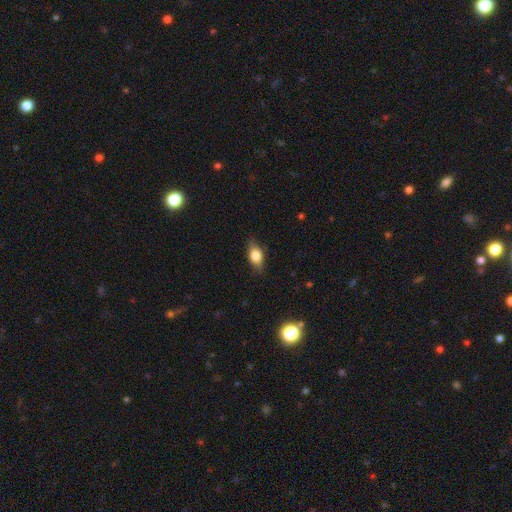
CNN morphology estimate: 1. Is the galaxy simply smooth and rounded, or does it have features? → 74% smooth, 18% featured or disk, 8% star or artifact.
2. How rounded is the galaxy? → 80% in between, 12% round, 8% cigar-shaped.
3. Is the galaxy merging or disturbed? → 81% none, 15% minor disturbance, 3% major disturbance, 1% merger.